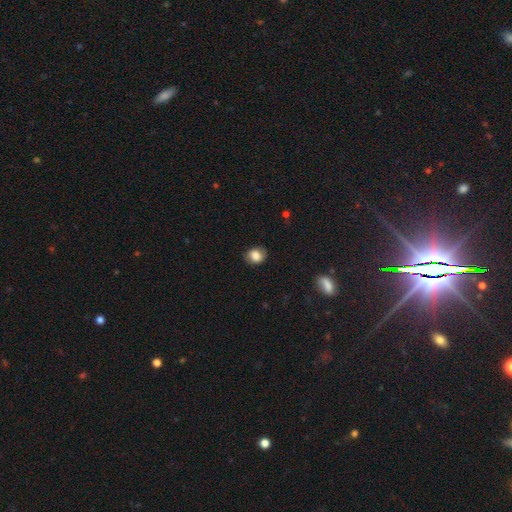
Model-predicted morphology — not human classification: smooth 80%, featured or disk 12%, star or artifact 9%. Down the decision tree: how rounded — round (51%); merging — none (80%).